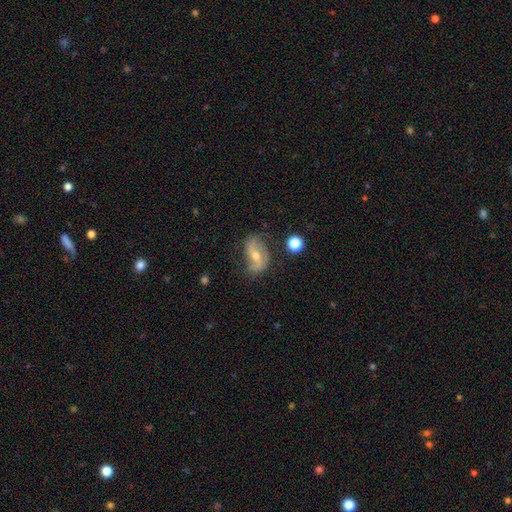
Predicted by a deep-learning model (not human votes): Morphology: type=featured or disk (69%); edge-on=no (94%); bar=weak (38%); spiral arms=yes (83%); winding=loose (53%); arm count=2 (84%); bulge=moderate (60%); merging=none (63%).